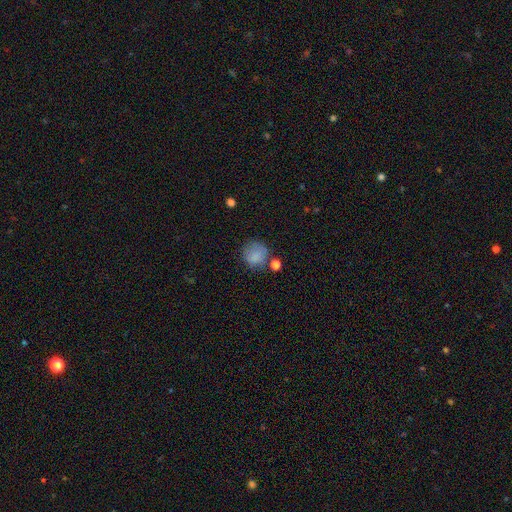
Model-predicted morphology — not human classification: This is clearly a smooth galaxy (81%). How rounded: clearly round (85%). Merging: likely none (63%).